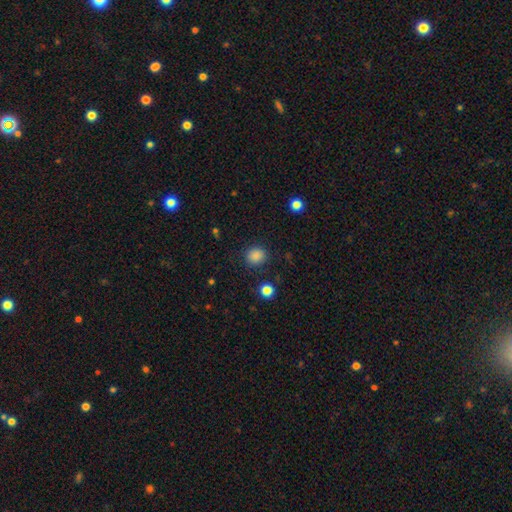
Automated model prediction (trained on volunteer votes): smooth 86%, star or artifact 11%, featured or disk 3%. Down the decision tree: how rounded — round (80%); merging — none (87%).